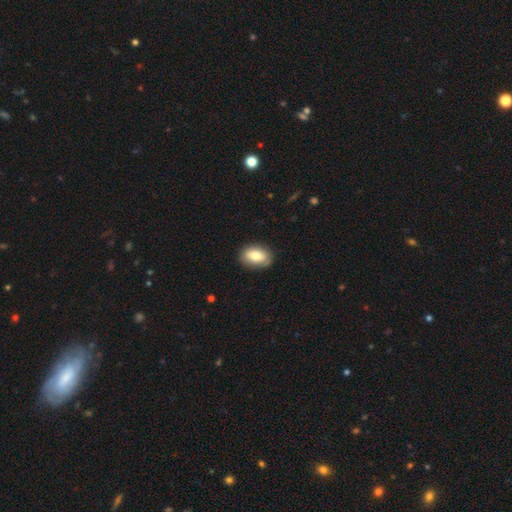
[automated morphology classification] Smooth or featured? Predicted: smooth (p=0.79). How rounded? Predicted: in between (p=0.87). Merging? Predicted: none (p=0.83).